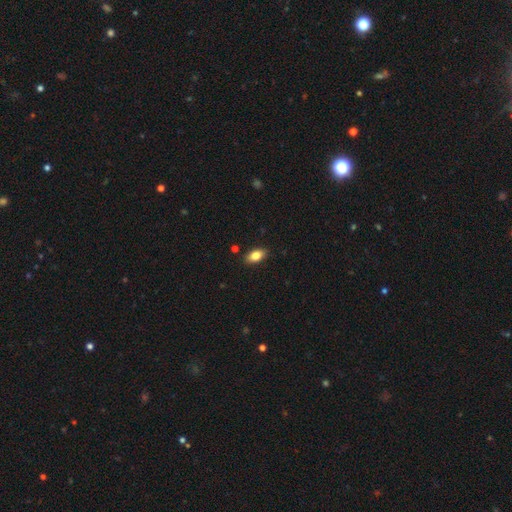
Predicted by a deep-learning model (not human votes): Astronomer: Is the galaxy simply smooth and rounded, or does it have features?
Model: smooth — 83%.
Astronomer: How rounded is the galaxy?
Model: in between — 90%.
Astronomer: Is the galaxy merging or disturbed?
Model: none — 87%.